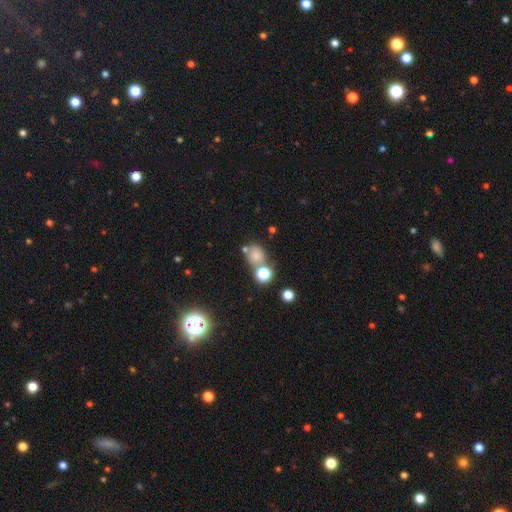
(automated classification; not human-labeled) smooth-or-featured: smooth: 73% | star or artifact: 18% | featured or disk: 10%
  how-rounded: round: 68% | in between: 31% | cigar-shaped: 1%
  merging: none: 56% | merger: 26% | minor disturbance: 13% | major disturbance: 6%